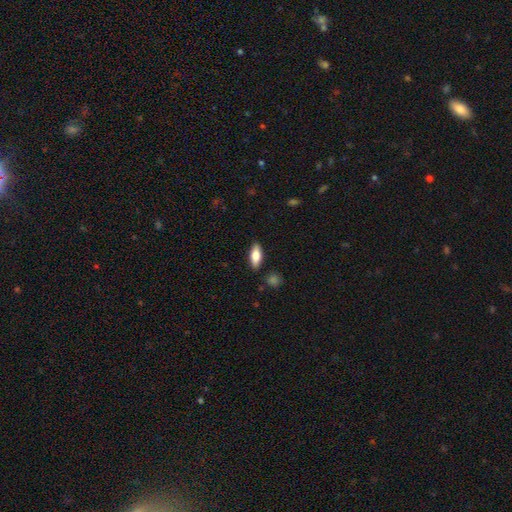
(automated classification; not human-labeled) smooth_or_featured: smooth (p=0.75) [alt: featured or disk p=0.19]
how_rounded: in between (p=0.75) [alt: cigar-shaped p=0.23]
merging: none (p=0.86) [alt: minor disturbance p=0.10]